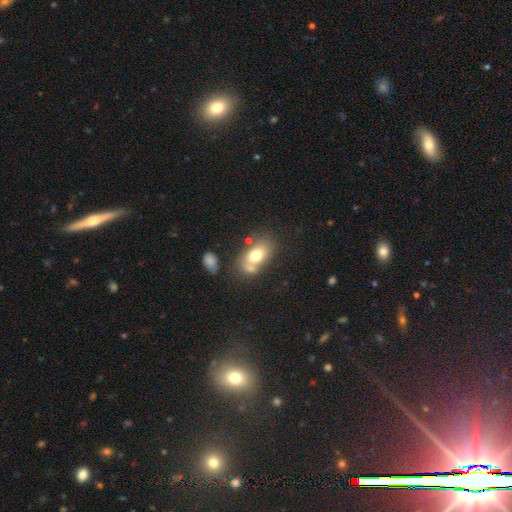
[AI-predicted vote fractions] smooth 68%, featured or disk 22%, star or artifact 9%. Down the decision tree: how rounded — in between (83%); merging — none (47%).